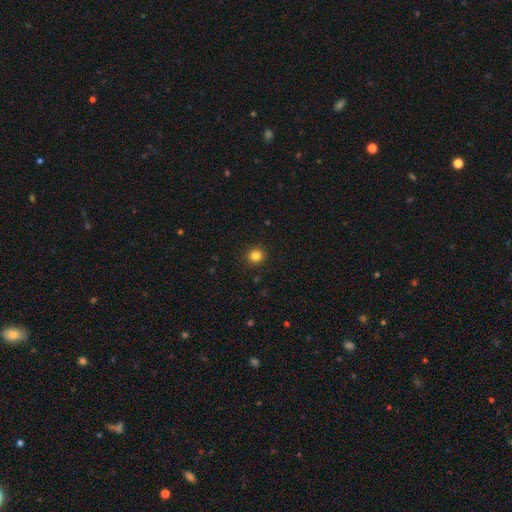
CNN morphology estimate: type=smooth (83%); roundness=round (88%); merging=none (92%).